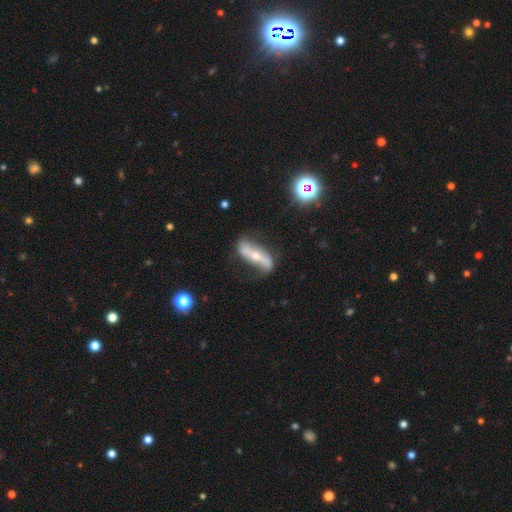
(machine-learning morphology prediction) featured or disk 75%, smooth 18%, star or artifact 6%. Down the decision tree: edge-on disk — no (71%); bar — strong (58%); spiral arms — yes (80%); bulge size — small (49%); merging — none (67%).